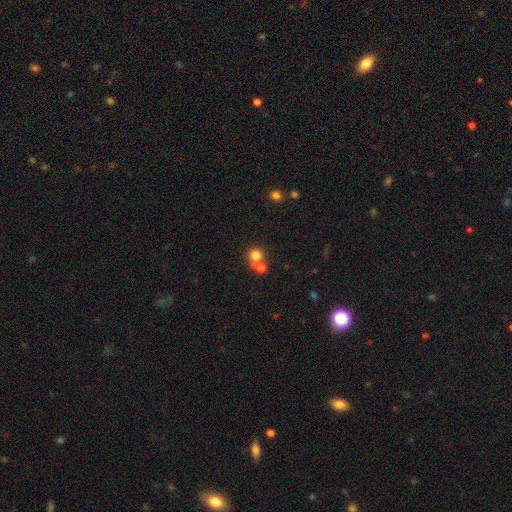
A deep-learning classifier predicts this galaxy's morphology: smooth_or_featured: smooth (p=0.79) [alt: star or artifact p=0.12]
how_rounded: round (p=0.88) [alt: in between p=0.11]
merging: none (p=0.49) [alt: merger p=0.41]